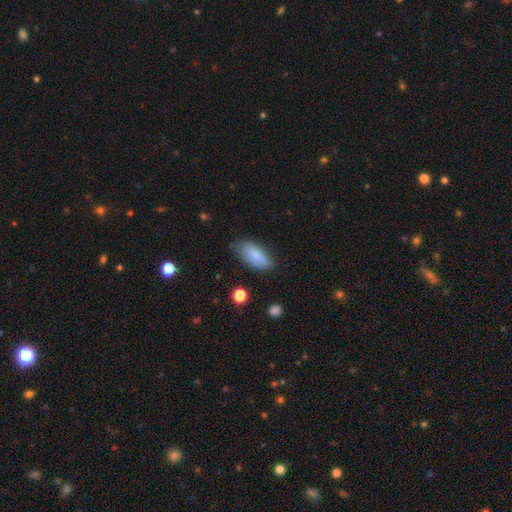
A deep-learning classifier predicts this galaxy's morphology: Smooth or featured? smooth (80%)
How rounded? in between (89%)
Merging? none (66%)